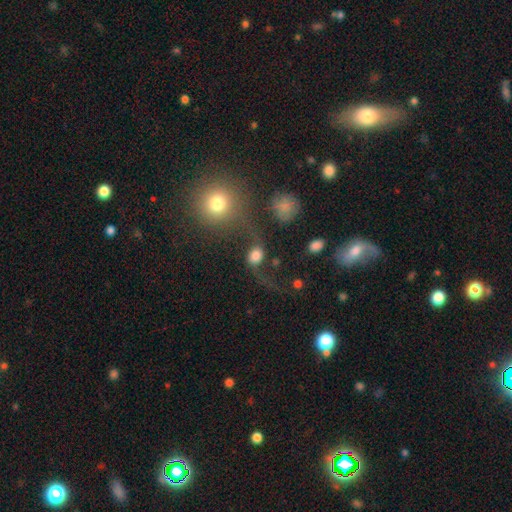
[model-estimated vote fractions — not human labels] The model was most divided on "smooth or featured": featured or disk: 45%, smooth: 44%, star or artifact: 11%. Remaining: merging — none (44%).